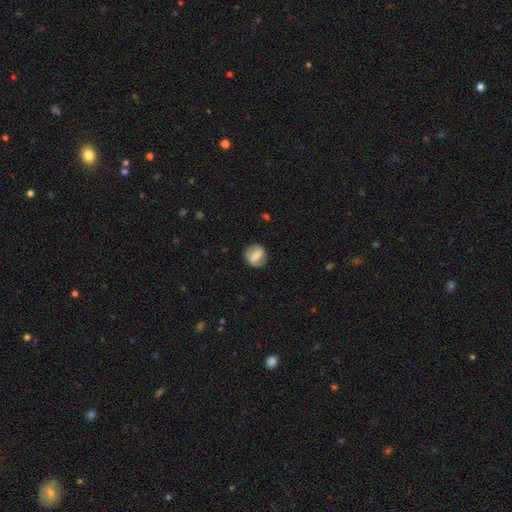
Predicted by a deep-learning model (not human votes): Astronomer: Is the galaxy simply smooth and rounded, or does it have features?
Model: featured or disk — 53% (runner-up: smooth, 40%).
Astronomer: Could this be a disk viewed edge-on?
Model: no — 94%.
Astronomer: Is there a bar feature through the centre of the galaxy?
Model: strong — 53% (runner-up: weak, 33%).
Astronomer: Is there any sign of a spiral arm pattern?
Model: yes — 68%.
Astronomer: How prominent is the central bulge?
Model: moderate — 37%, tied with small at 37%.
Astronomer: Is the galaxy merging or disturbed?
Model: none — 78%.